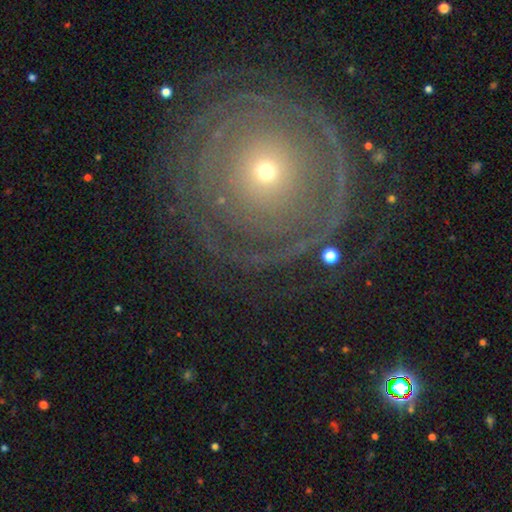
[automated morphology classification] featured or disk 73%, smooth 17%, star or artifact 10%. Down the decision tree: edge-on disk — no (96%); bar — no (87%); spiral arms — yes (73%); spiral arm count — can't tell (42%); spiral winding — tight (82%); bulge size — small (72%); merging — none (79%).